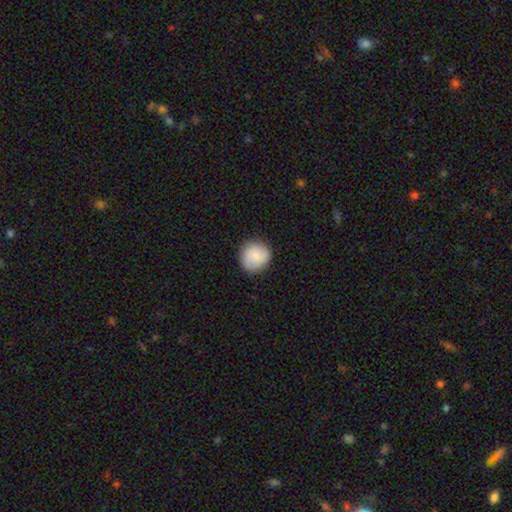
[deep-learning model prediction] smooth_or_featured: smooth (p=0.81) [alt: featured or disk p=0.12]
how_rounded: round (p=0.90) [alt: in between p=0.09]
merging: none (p=0.86) [alt: minor disturbance p=0.11]